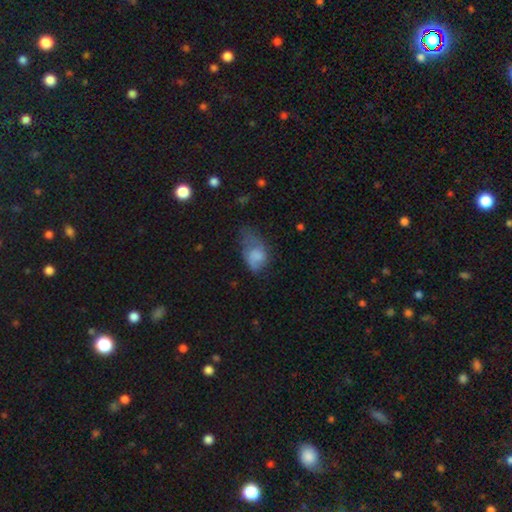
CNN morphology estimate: A smooth galaxy with no disk features (62%) that is in between round and cigar-shaped (84%).

Vote fractions:
- Smooth or featured? smooth: 62% / featured or disk: 29% / star or artifact: 9%
- How rounded? in between: 84% / round: 14% / cigar-shaped: 2%
- Merging? major disturbance: 42% / minor disturbance: 31% / none: 23% / merger: 4%